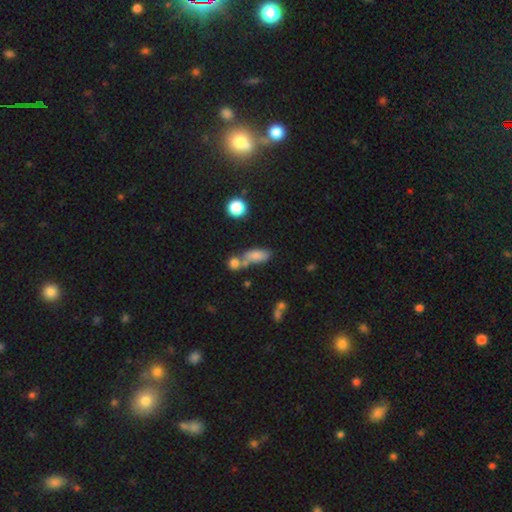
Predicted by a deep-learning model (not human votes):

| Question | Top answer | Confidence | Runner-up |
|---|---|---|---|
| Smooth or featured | smooth | 78% | featured or disk (11%) |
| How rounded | in between | 72% | cigar-shaped (22%) |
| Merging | none | 43% | merger (38%) |